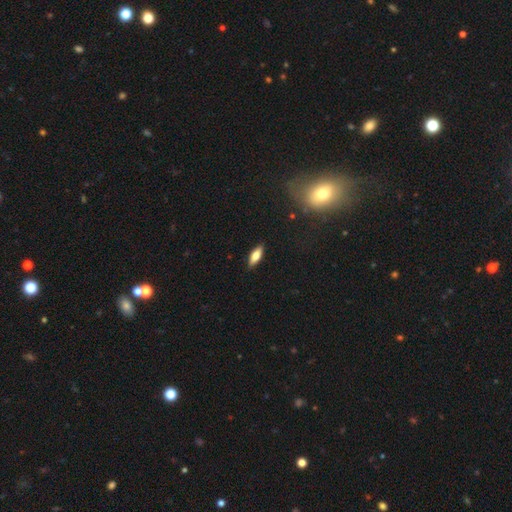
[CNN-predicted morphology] This is likely a smooth galaxy (70%). How rounded: likely in between (62%). Merging: clearly none (88%).